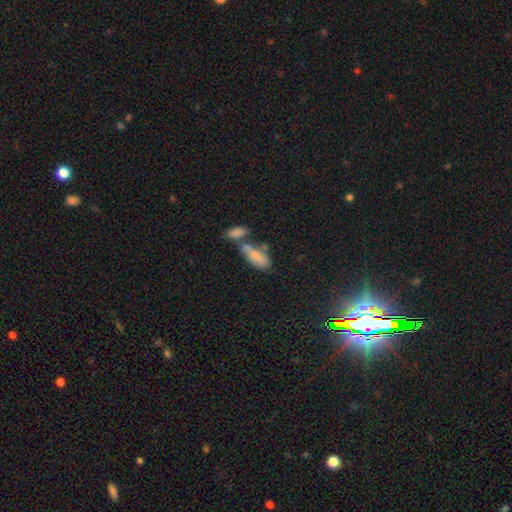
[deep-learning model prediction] This is likely a smooth galaxy (75%). How rounded: likely in between (75%). Merging: possibly merger (46%).